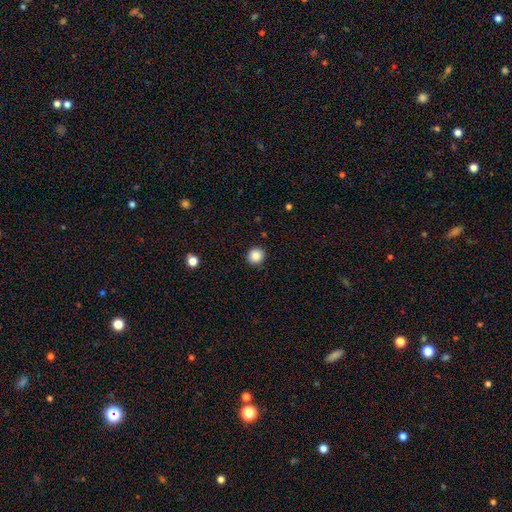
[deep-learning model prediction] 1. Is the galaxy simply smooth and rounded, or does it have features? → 87% smooth, 10% star or artifact, 3% featured or disk.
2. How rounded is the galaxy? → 92% round, 7% in between, 1% cigar-shaped.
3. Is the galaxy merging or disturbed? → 91% none, 6% minor disturbance, 2% major disturbance, 1% merger.